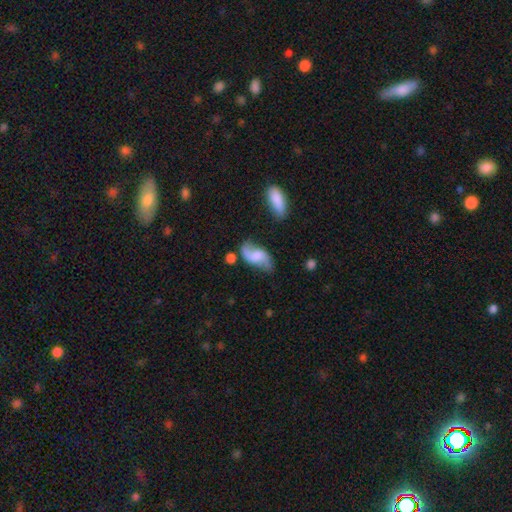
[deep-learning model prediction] A featured or disk galaxy (62%) with no bar (48%), 2 (89%) loose (76%) spiral arms (91%) and a moderate central bulge (32%).

Vote fractions:
- Smooth or featured? featured or disk: 62% / smooth: 30% / star or artifact: 7%
- Edge-on disk? no: 95% / yes: 5%
- Bar? no: 48% / weak: 41% / strong: 10%
- Spiral arms? yes: 91% / no: 9%
- Spiral winding? loose: 76% / medium: 19% / tight: 5%
- Spiral arm count? 2: 89% / can't tell: 4% / 1: 3% / 3: 1% / 4: 1% / more than 4: 1%
- Bulge size? moderate: 32% / small: 29% / none: 27% / large: 10% / dominant: 2%
- Merging? none: 61% / minor disturbance: 24% / major disturbance: 9% / merger: 7%